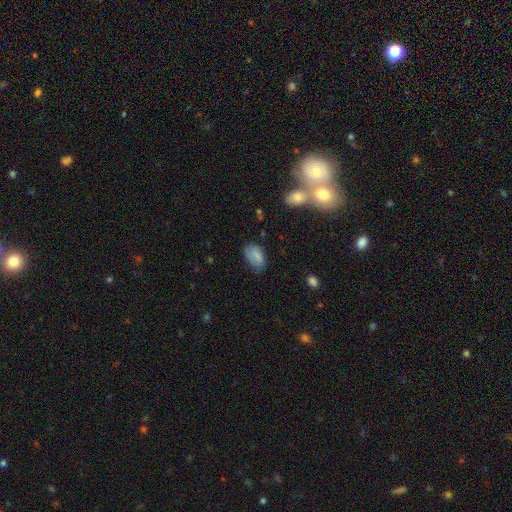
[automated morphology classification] A smooth galaxy with no disk features (79%) that is in between round and cigar-shaped (92%). Merging: none (56%).